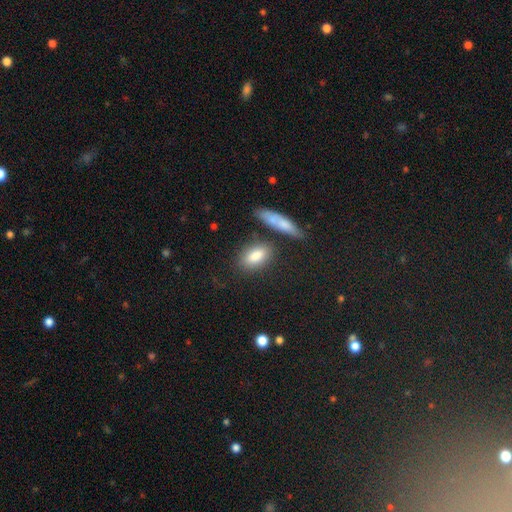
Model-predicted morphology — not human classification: Smooth or featured? Predicted: smooth (p=0.83). How rounded? Predicted: in between (p=0.81). Merging? Predicted: none (p=0.73).